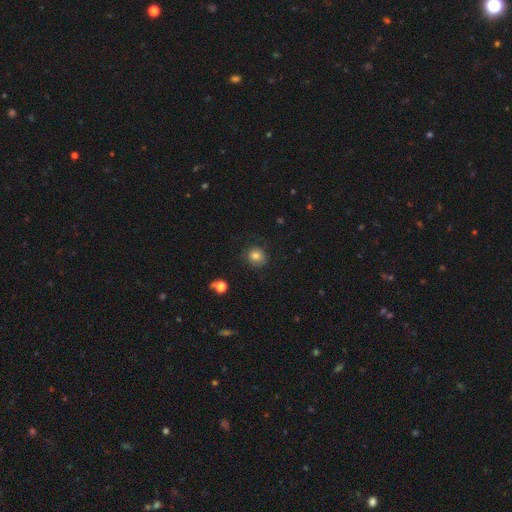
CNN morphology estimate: type=smooth (80%); roundness=round (88%); merging=none (79%).